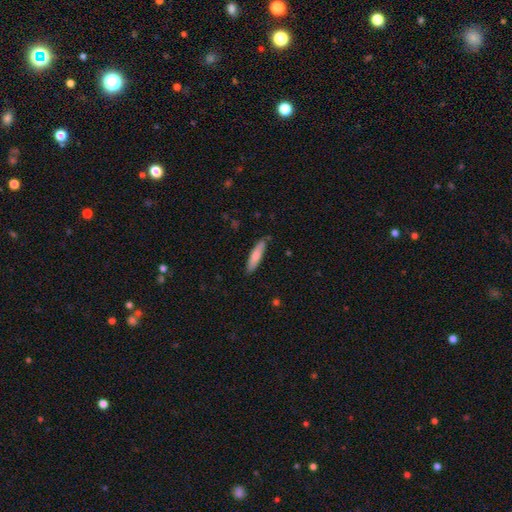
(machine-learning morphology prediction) Smooth or featured? smooth (79%)
How rounded? cigar-shaped (78%)
Merging? none (84%)